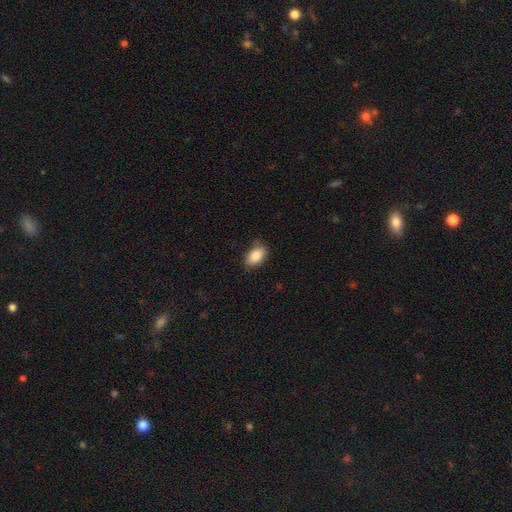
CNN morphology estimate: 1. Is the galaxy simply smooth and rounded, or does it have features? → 84% smooth, 9% featured or disk, 7% star or artifact.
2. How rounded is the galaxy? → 89% in between, 9% round, 2% cigar-shaped.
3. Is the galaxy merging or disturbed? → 76% none, 19% minor disturbance, 3% major disturbance, 1% merger.